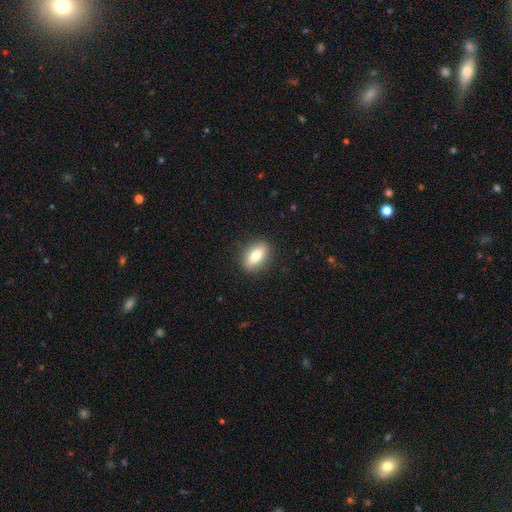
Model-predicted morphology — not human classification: Smooth or featured?
  - smooth: 78% *
  - featured or disk: 14%
  - star or artifact: 7%
How rounded?
  - in between: 83% *
  - round: 9%
  - cigar-shaped: 8%
Merging?
  - none: 87% *
  - minor disturbance: 10%
  - major disturbance: 3%
  - merger: 1%